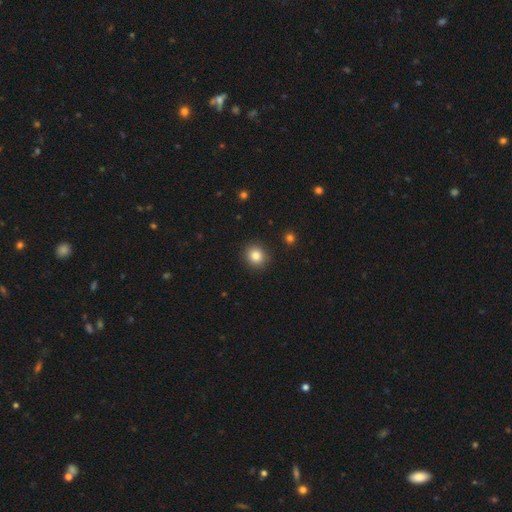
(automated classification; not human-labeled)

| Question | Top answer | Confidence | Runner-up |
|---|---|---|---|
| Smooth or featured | smooth | 84% | star or artifact (11%) |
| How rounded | round | 85% | in between (14%) |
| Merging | none | 91% | minor disturbance (6%) |